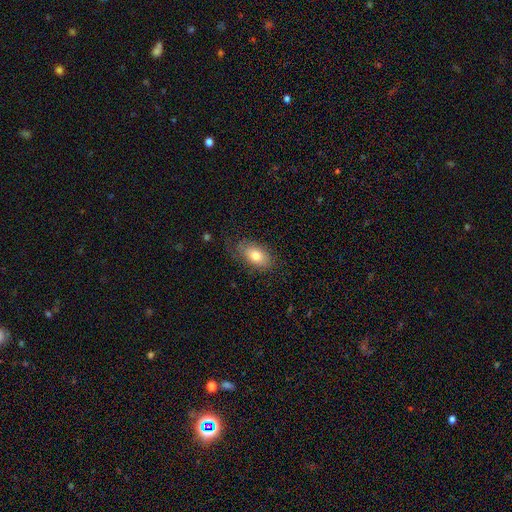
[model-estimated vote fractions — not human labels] Smooth or featured: smooth — 75% (featured or disk — 18%)
How rounded: in between — 90% (round — 7%)
Merging: none — 70% (minor disturbance — 21%)